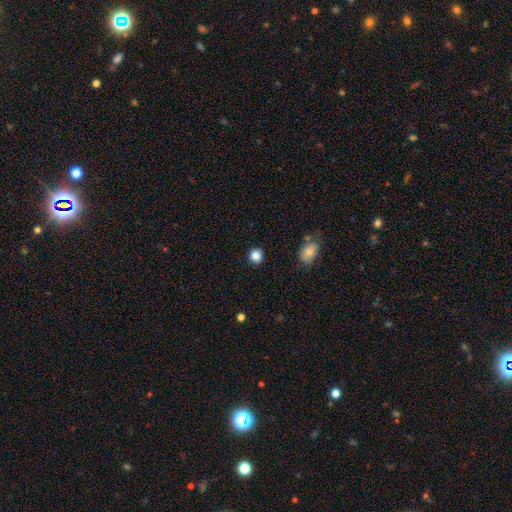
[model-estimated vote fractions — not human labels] Q: Smooth or featured?
A: smooth (85%); runner-up: star or artifact (10%)
Q: How rounded?
A: round (84%); runner-up: in between (15%)
Q: Merging?
A: none (88%); runner-up: minor disturbance (8%)